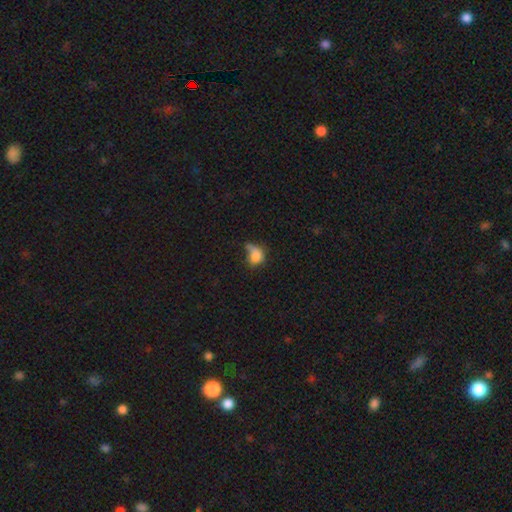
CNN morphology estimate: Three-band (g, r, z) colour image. It shows a smooth galaxy with no disk features (75%) that is in between round and cigar-shaped (54%). Merging: major disturbance (32%).